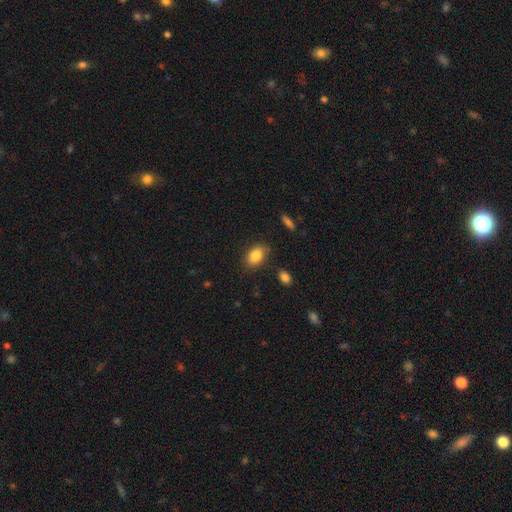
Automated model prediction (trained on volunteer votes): smooth-or-featured: smooth: 84% | star or artifact: 8% | featured or disk: 8%
  how-rounded: in between: 83% | round: 15% | cigar-shaped: 2%
  merging: none: 82% | minor disturbance: 13% | major disturbance: 3% | merger: 2%